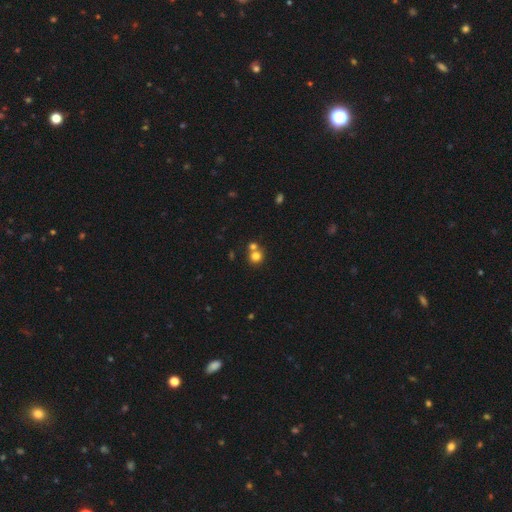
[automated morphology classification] Q: Smooth or featured?
A: smooth (78%); runner-up: star or artifact (14%)
Q: How rounded?
A: round (87%); runner-up: in between (12%)
Q: Merging?
A: none (55%); runner-up: merger (36%)